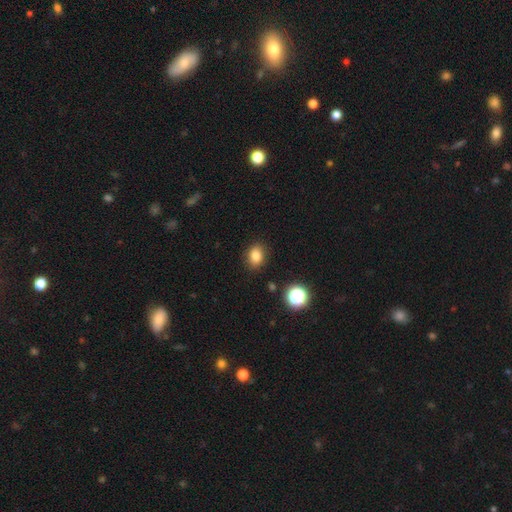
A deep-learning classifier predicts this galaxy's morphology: smooth-or-featured: smooth: 83% | star or artifact: 12% | featured or disk: 5%
  how-rounded: in between: 61% | round: 38% | cigar-shaped: 1%
  merging: none: 87% | minor disturbance: 9% | major disturbance: 2% | merger: 2%